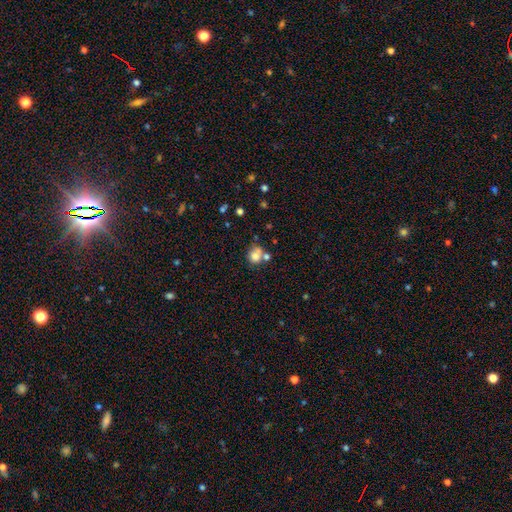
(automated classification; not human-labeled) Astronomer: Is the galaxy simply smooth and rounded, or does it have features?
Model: smooth — 73%.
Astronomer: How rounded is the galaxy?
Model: round — 71%.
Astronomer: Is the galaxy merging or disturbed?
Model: none — 39% (runner-up: merger, 37%).